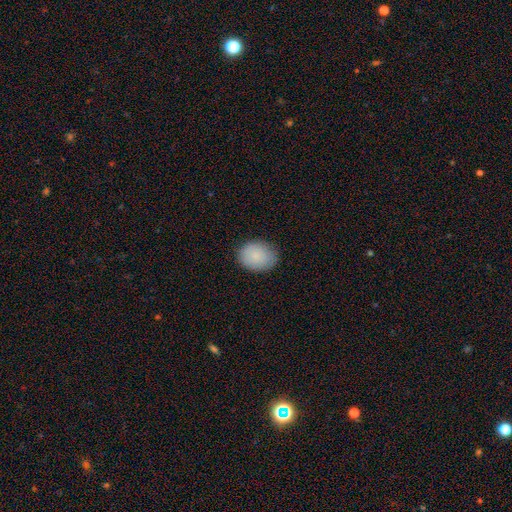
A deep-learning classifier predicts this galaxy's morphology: This is clearly a smooth galaxy (87%). How rounded: likely in between (67%). Merging: clearly none (83%).